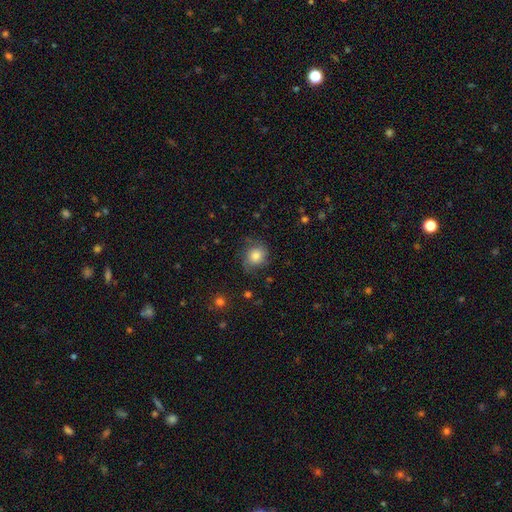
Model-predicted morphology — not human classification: Smooth or featured? smooth (75%)
How rounded? round (73%)
Merging? none (67%)